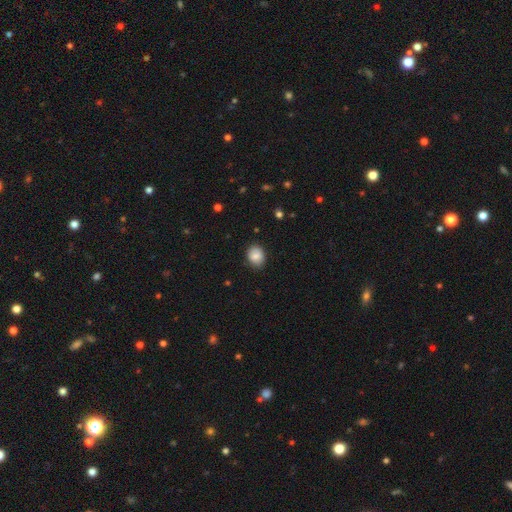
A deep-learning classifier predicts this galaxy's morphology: type=smooth (84%); roundness=in between (50%); merging=none (82%).